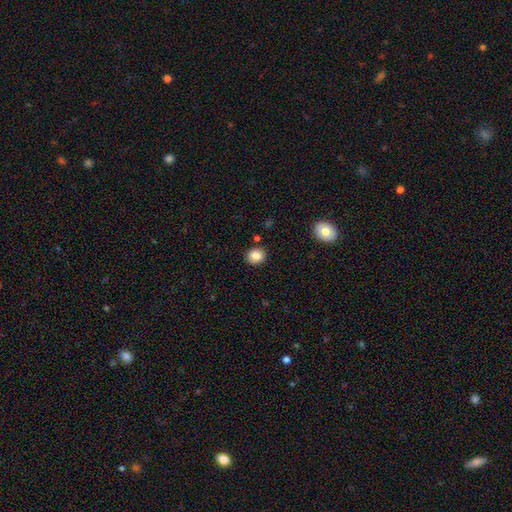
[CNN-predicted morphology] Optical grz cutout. It shows a smooth galaxy with no disk features (85%) that is round (72%). Merging: none (86%).